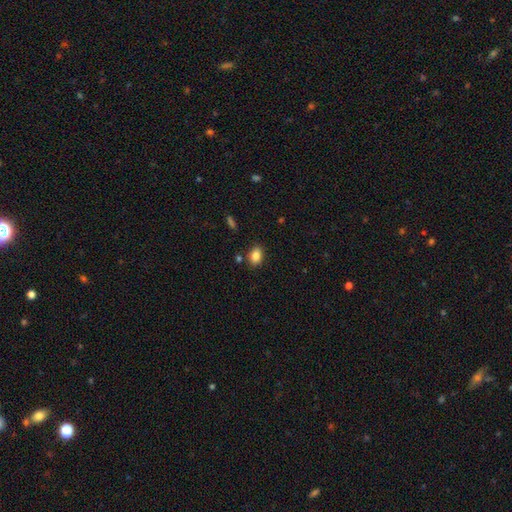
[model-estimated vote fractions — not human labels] Smooth or featured? Predicted: smooth (p=0.86). How rounded? Predicted: in between (p=0.79). Merging? Predicted: none (p=0.84).